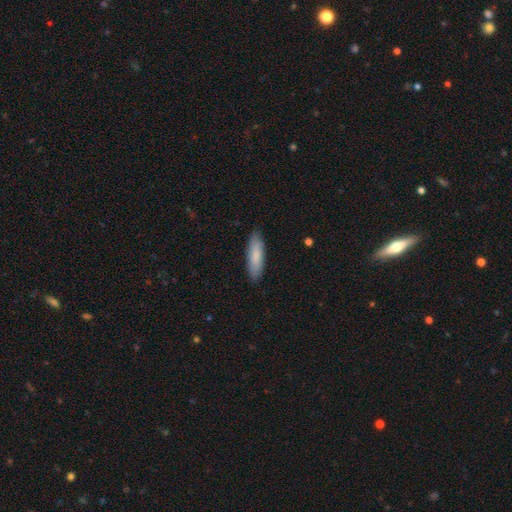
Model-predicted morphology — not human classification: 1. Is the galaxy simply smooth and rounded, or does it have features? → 83% smooth, 12% featured or disk, 5% star or artifact.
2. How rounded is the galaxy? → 60% cigar-shaped, 38% in between, 1% round.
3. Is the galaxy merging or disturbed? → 87% none, 10% minor disturbance, 2% major disturbance, 1% merger.